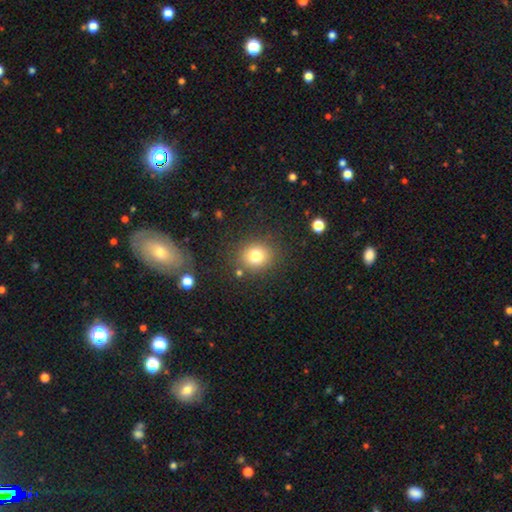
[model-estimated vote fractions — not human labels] Overall: smooth (79%). How rounded: round (79%). Merging: none (83%).